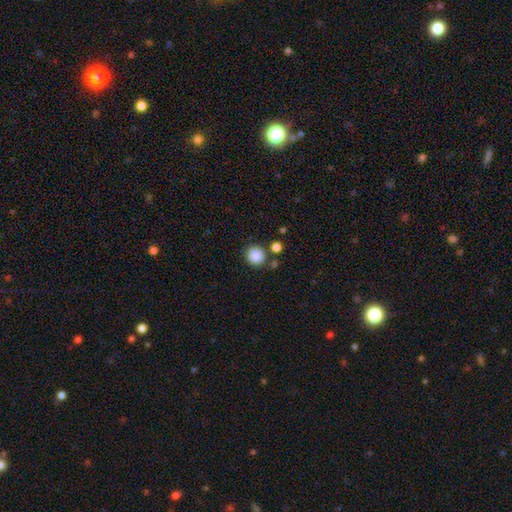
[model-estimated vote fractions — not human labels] A smooth galaxy with no disk features (87%) that is round (91%). Merging: none (81%).